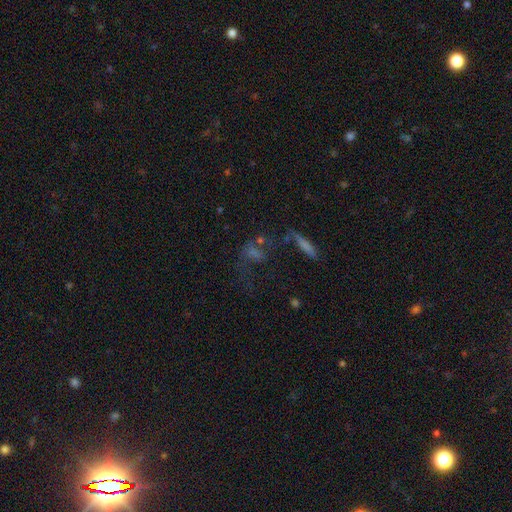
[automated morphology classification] This is marginally a star or artifact rather than a galaxy (43%).